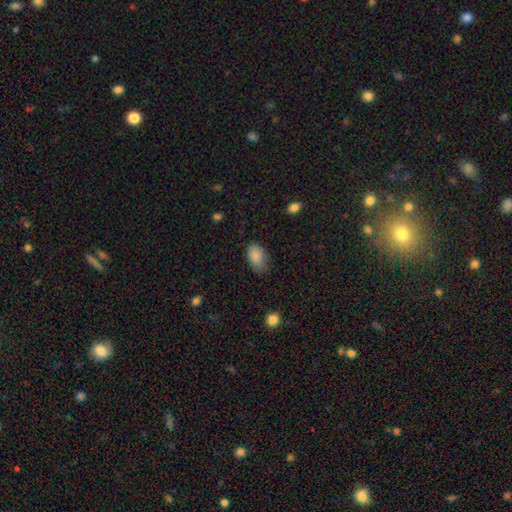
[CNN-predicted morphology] Smooth or featured: smooth — 86% (star or artifact — 8%)
How rounded: in between — 90% (round — 8%)
Merging: none — 62% (minor disturbance — 30%)